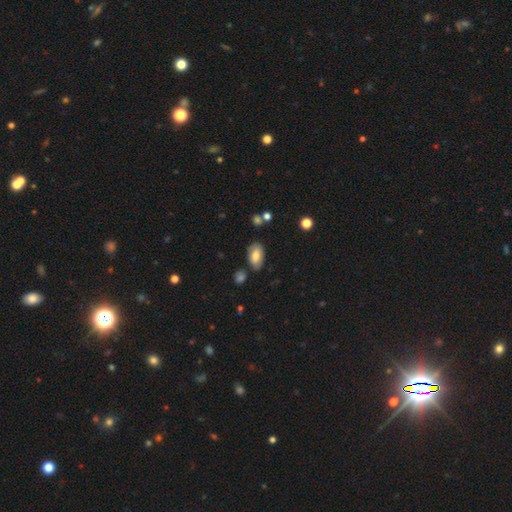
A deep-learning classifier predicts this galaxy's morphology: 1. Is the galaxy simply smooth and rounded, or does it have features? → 72% smooth, 20% featured or disk, 8% star or artifact.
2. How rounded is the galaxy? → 93% in between, 5% round, 2% cigar-shaped.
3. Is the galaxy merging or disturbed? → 73% none, 18% minor disturbance, 5% merger, 4% major disturbance.